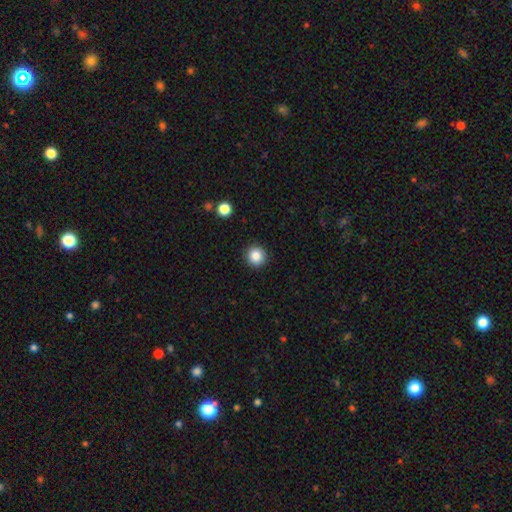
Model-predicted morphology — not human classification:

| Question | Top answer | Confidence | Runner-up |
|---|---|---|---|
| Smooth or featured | smooth | 85% | star or artifact (10%) |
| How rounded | round | 94% | in between (5%) |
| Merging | none | 92% | minor disturbance (5%) |